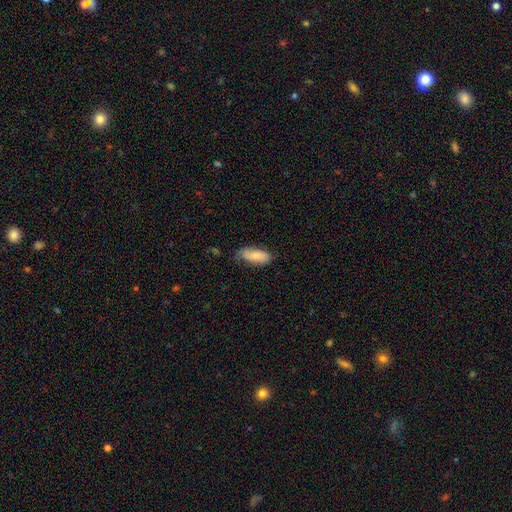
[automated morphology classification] A smooth galaxy with no disk features (79%) that is in between round and cigar-shaped (82%). Merging: none (63%).